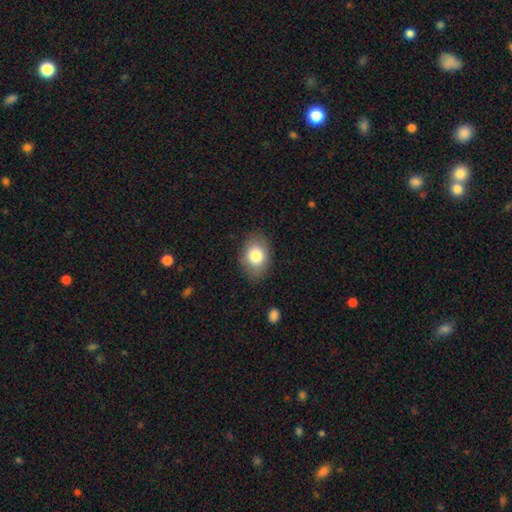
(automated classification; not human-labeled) Q: Smooth or featured?
A: smooth (81%); runner-up: featured or disk (11%)
Q: How rounded?
A: in between (76%); runner-up: round (23%)
Q: Merging?
A: none (81%); runner-up: minor disturbance (14%)